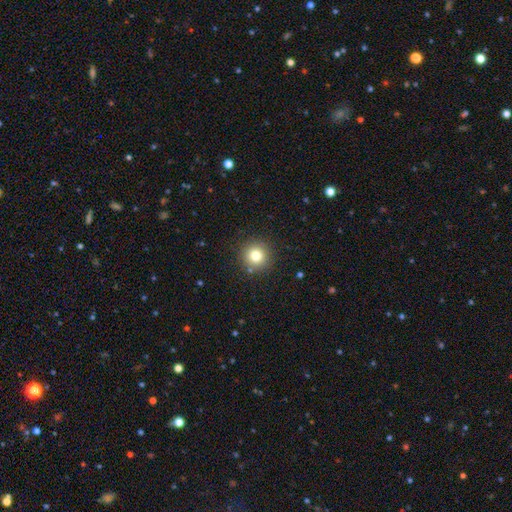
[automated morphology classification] Smooth or featured?
  - smooth: 79% *
  - star or artifact: 13%
  - featured or disk: 8%
How rounded?
  - round: 95% *
  - in between: 4%
  - cigar-shaped: 1%
Merging?
  - none: 89% *
  - minor disturbance: 7%
  - major disturbance: 2%
  - merger: 2%